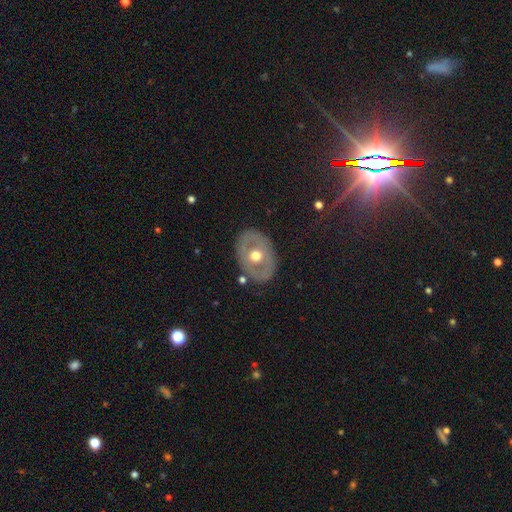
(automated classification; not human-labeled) smooth_or_featured: featured or disk (p=0.59) [alt: smooth p=0.36]
disk_edge_on: no (p=0.91) [alt: yes p=0.09]
bar: no (p=0.82) [alt: weak p=0.13]
has_spiral_arms: no (p=0.86) [alt: yes p=0.14]
bulge_size: moderate (p=0.79) [alt: large p=0.13]
merging: none (p=0.82) [alt: minor disturbance p=0.12]